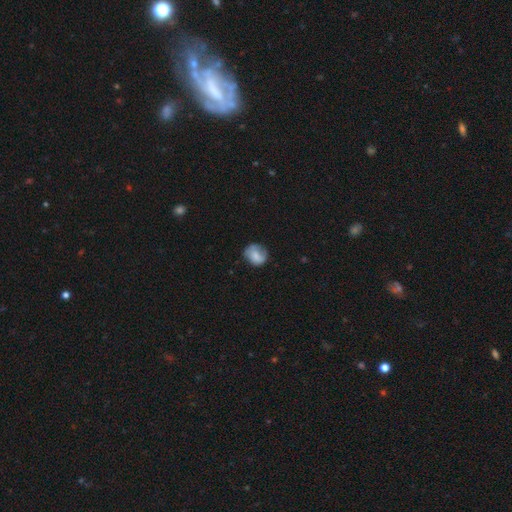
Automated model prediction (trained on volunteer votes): Smooth or featured? Predicted: smooth (p=0.69). How rounded? Predicted: round (p=0.69). Merging? Predicted: none (p=0.60).